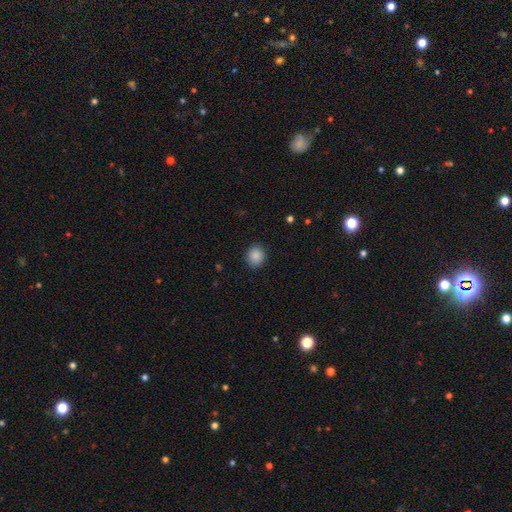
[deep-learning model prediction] Smooth or featured? Predicted: smooth (p=0.88). How rounded? Predicted: round (p=0.86). Merging? Predicted: none (p=0.91).